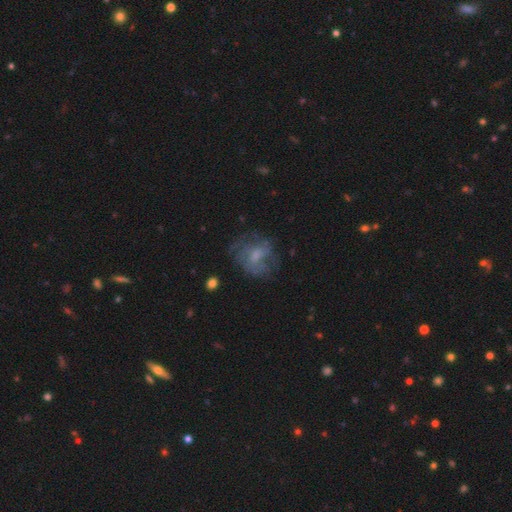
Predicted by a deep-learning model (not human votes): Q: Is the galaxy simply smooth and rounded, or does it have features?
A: featured or disk — 49%.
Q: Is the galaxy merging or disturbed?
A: none — 55%.